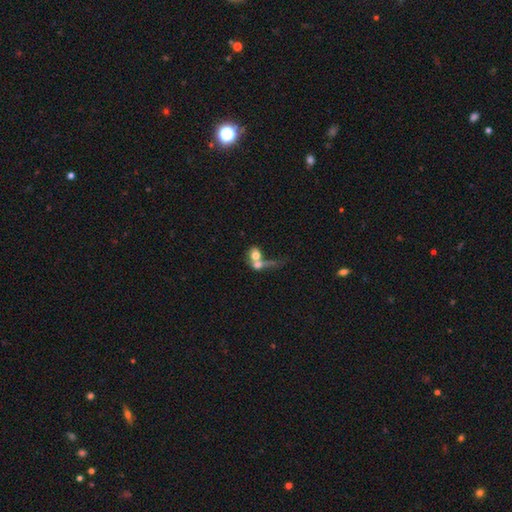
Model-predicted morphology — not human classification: A smooth galaxy with no disk features (64%) that is round (58%). Merging: merger (67%).